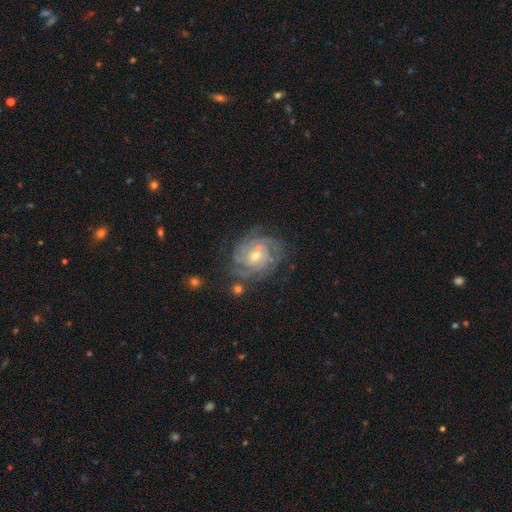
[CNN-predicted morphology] Smooth or featured?
  - featured or disk: 88% *
  - star or artifact: 7%
  - smooth: 6%
Edge-on disk?
  - no: 97% *
  - yes: 3%
Bar?
  - no: 59% *
  - weak: 33%
  - strong: 7%
Spiral arms?
  - yes: 97% *
  - no: 3%
Spiral winding?
  - tight: 73% *
  - medium: 23%
  - loose: 4%
Spiral arm count?
  - 4: 27% *
  - can't tell: 24%
  - 3: 22%
  - 2: 12%
  - more than 4: 9%
  - 1: 6%
Bulge size?
  - small: 51% *
  - moderate: 45%
  - large: 2%
  - none: 1%
  - dominant: 1%
Merging?
  - none: 75% *
  - minor disturbance: 16%
  - major disturbance: 6%
  - merger: 3%